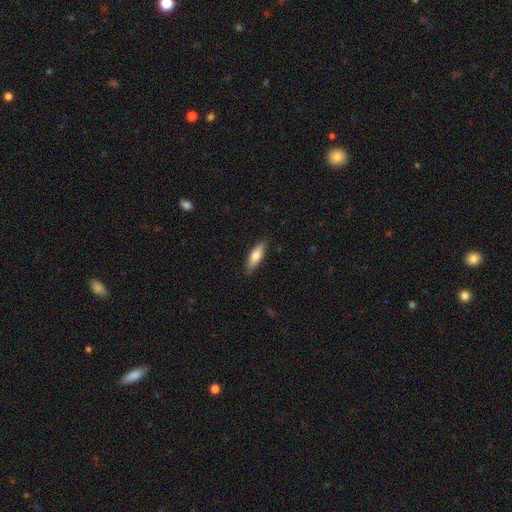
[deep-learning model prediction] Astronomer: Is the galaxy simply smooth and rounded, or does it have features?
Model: smooth — 74%.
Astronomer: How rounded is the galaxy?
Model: in between — 53% (runner-up: cigar-shaped, 45%).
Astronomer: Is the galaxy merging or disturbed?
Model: none — 85%.